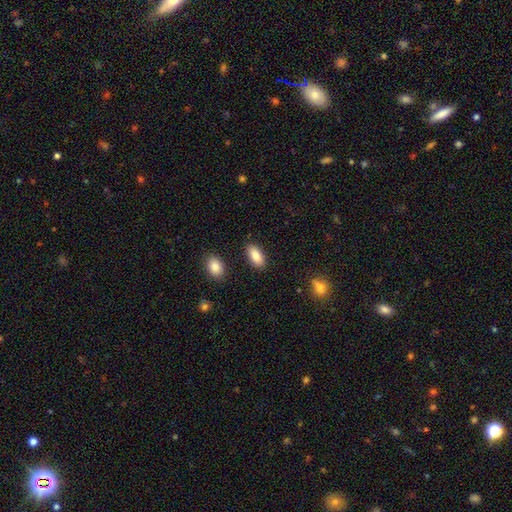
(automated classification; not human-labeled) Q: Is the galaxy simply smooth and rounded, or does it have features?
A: smooth — 86%.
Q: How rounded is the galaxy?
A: in between — 90%.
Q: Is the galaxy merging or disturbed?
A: none — 86%.